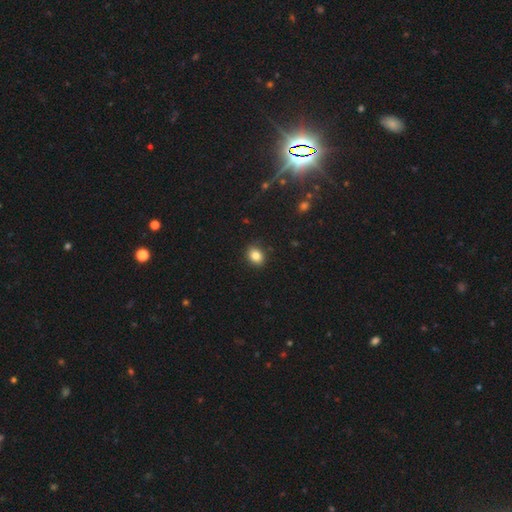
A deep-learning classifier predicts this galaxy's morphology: Smooth or featured?
  - smooth: 84% *
  - star or artifact: 10%
  - featured or disk: 6%
How rounded?
  - in between: 56% *
  - round: 43%
  - cigar-shaped: 1%
Merging?
  - none: 88% *
  - minor disturbance: 9%
  - major disturbance: 2%
  - merger: 1%